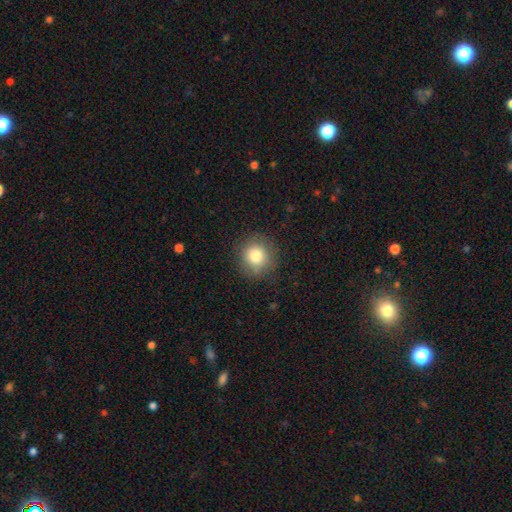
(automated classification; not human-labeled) Smooth or featured?
  - smooth: 81% *
  - star or artifact: 10%
  - featured or disk: 8%
How rounded?
  - round: 91% *
  - in between: 8%
  - cigar-shaped: 1%
Merging?
  - none: 86% *
  - minor disturbance: 10%
  - major disturbance: 3%
  - merger: 1%